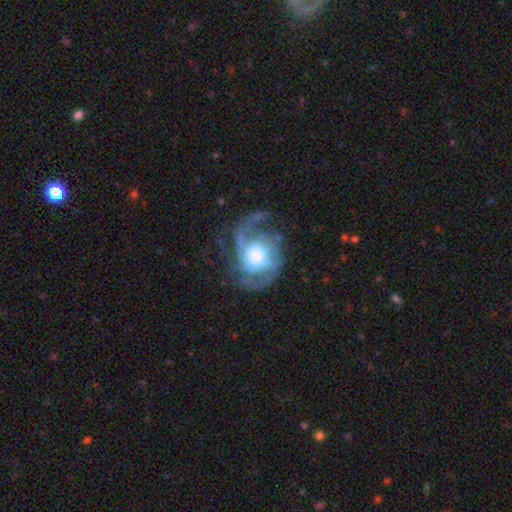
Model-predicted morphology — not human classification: featured or disk 82%, smooth 12%, star or artifact 6%. Down the decision tree: edge-on disk — no (98%); bar — no (69%); spiral arms — yes (93%); spiral arm count — 2 (51%); spiral winding — medium (47%); bulge size — large (38%, tied with moderate); merging — none (55%).